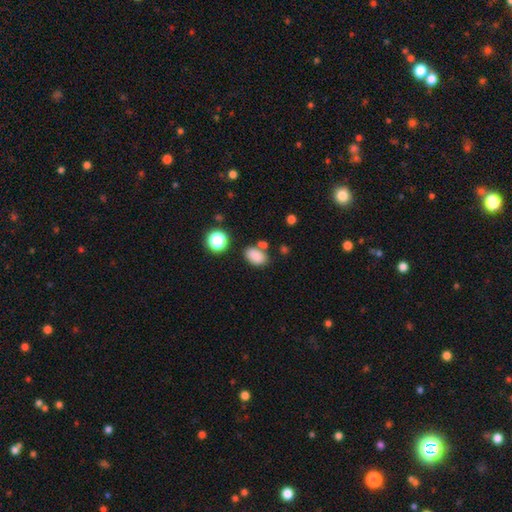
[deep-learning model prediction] smooth_or_featured: smooth (p=0.83) [alt: star or artifact p=0.12]
how_rounded: in between (p=0.82) [alt: round p=0.17]
merging: none (p=0.69) [alt: minor disturbance p=0.14]